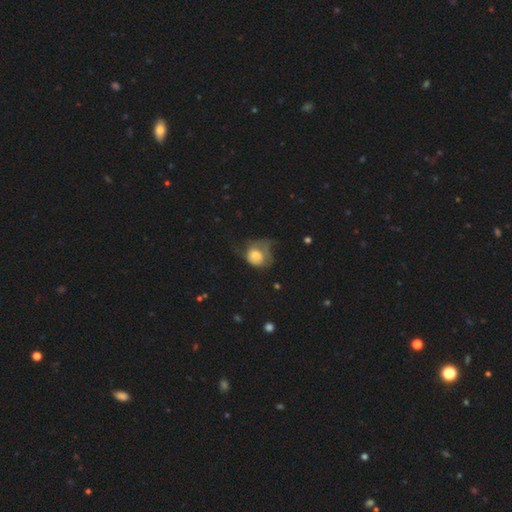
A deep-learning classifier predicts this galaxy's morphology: Smooth or featured?
  - smooth: 65% *
  - featured or disk: 27%
  - star or artifact: 8%
How rounded?
  - round: 65% *
  - in between: 34%
  - cigar-shaped: 1%
Merging?
  - major disturbance: 48% *
  - minor disturbance: 26%
  - none: 24%
  - merger: 3%